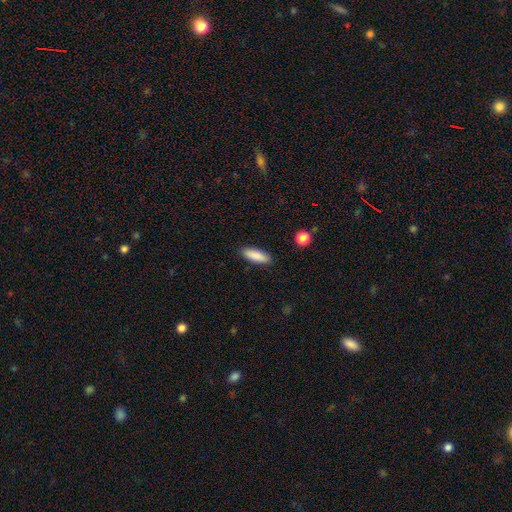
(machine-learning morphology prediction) Overall: smooth (88%). How rounded: in between (56%; cigar-shaped 42%). Merging: none (89%).